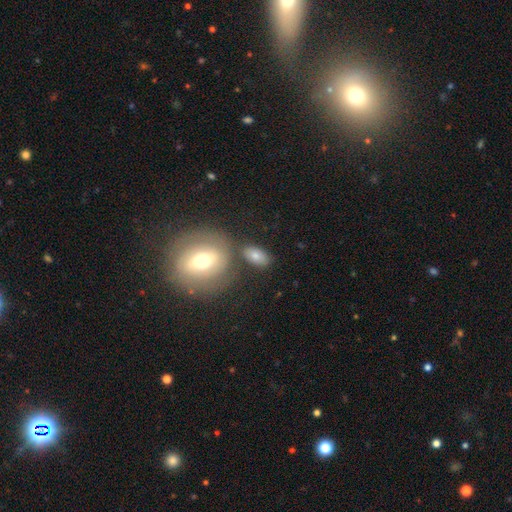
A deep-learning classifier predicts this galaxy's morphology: smooth_or_featured: smooth (p=0.76) [alt: featured or disk p=0.15]
how_rounded: in between (p=0.85) [alt: round p=0.12]
merging: none (p=0.70) [alt: merger p=0.13]